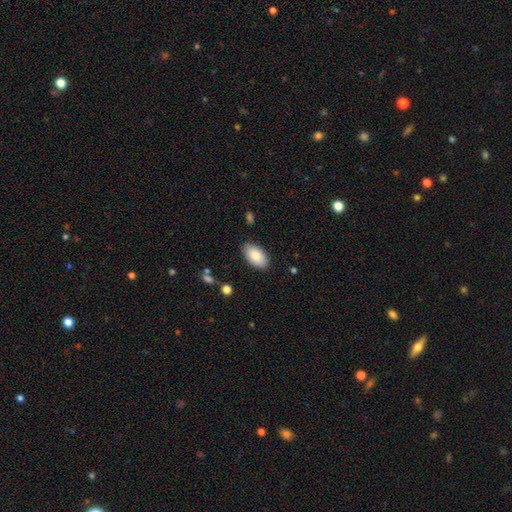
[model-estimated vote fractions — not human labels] Q: Smooth or featured?
A: smooth (84%); runner-up: featured or disk (10%)
Q: How rounded?
A: in between (95%); runner-up: round (3%)
Q: Merging?
A: none (87%); runner-up: minor disturbance (9%)